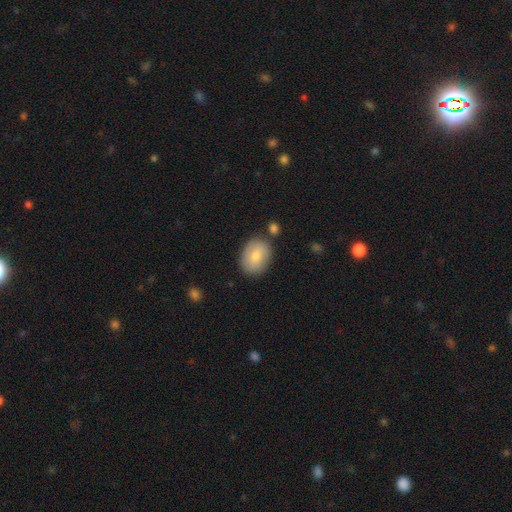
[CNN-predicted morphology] A smooth galaxy with no disk features (76%) that is in between round and cigar-shaped (67%).

Vote fractions:
- Smooth or featured? smooth: 76% / featured or disk: 18% / star or artifact: 7%
- How rounded? in between: 67% / round: 32% / cigar-shaped: 1%
- Merging? none: 78% / minor disturbance: 13% / merger: 6% / major disturbance: 3%